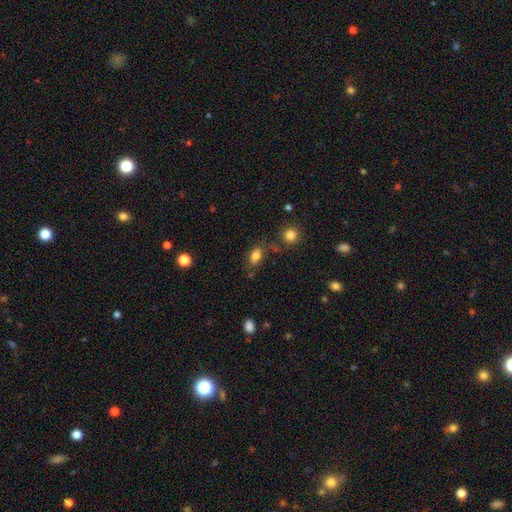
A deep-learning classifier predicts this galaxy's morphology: The model was most divided on "merging": none: 63%, minor disturbance: 19%, merger: 10%, major disturbance: 8%. More confident: how rounded — in between (84%); smooth or featured — smooth (81%).